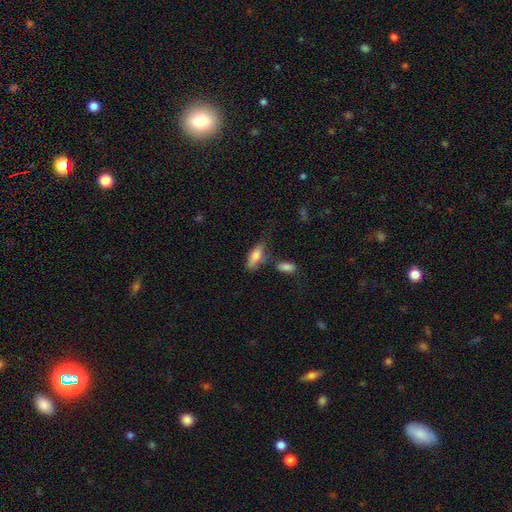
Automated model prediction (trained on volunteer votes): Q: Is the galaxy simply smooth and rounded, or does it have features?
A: smooth — 74%.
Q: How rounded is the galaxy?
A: in between — 72%.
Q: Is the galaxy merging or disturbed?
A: none — 46%.